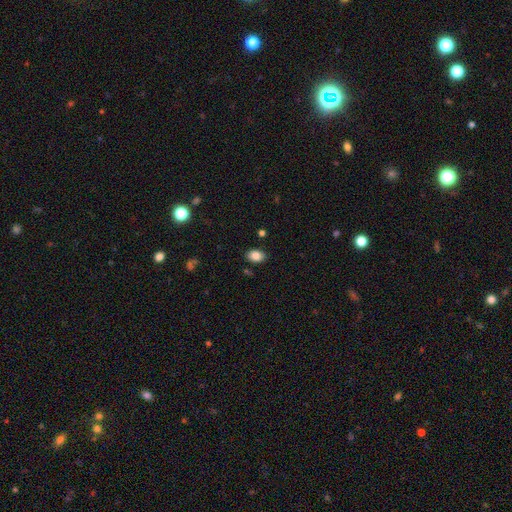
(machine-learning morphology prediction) Smooth or featured? Predicted: smooth (p=0.85). How rounded? Predicted: in between (p=0.81). Merging? Predicted: none (p=0.86).